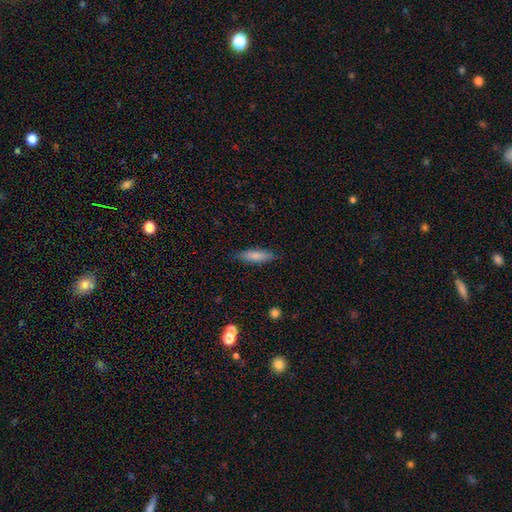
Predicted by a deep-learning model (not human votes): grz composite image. It shows a smooth galaxy with no disk features (80%) that is cigar-shaped (62%). Merging: none (84%).